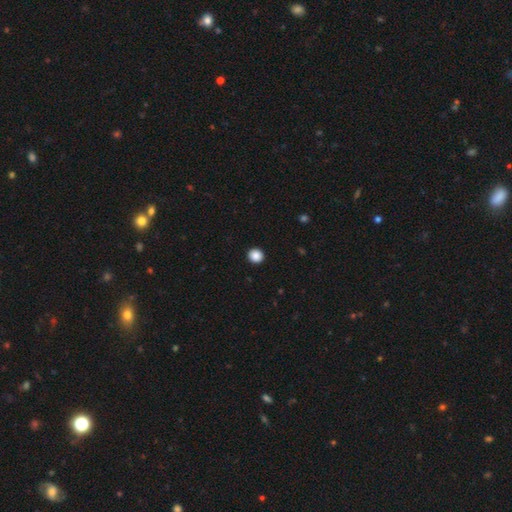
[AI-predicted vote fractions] A smooth galaxy with no disk features (88%) that is round (93%). Merging: none (94%).